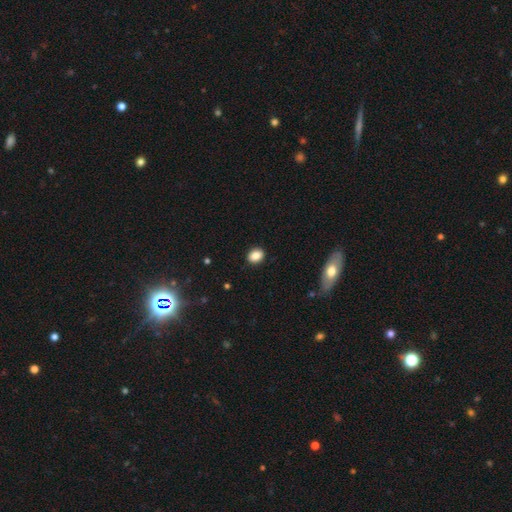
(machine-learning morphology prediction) Smooth or featured?
  - smooth: 86% *
  - star or artifact: 9%
  - featured or disk: 5%
How rounded?
  - in between: 59% *
  - round: 39%
  - cigar-shaped: 1%
Merging?
  - none: 90% *
  - minor disturbance: 7%
  - major disturbance: 2%
  - merger: 1%